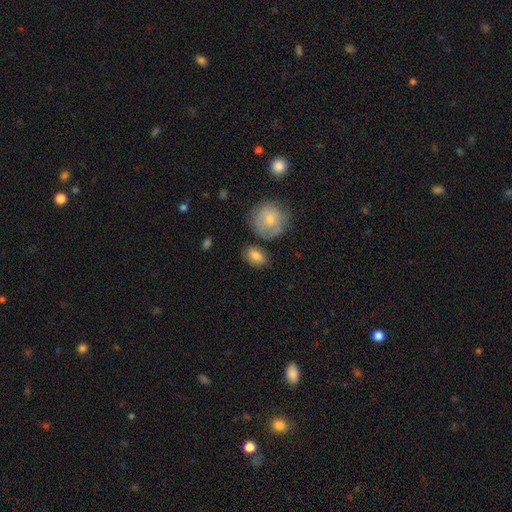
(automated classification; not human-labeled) Smooth or featured? Predicted: smooth (p=0.82). How rounded? Predicted: in between (p=0.76). Merging? Predicted: none (p=0.74).